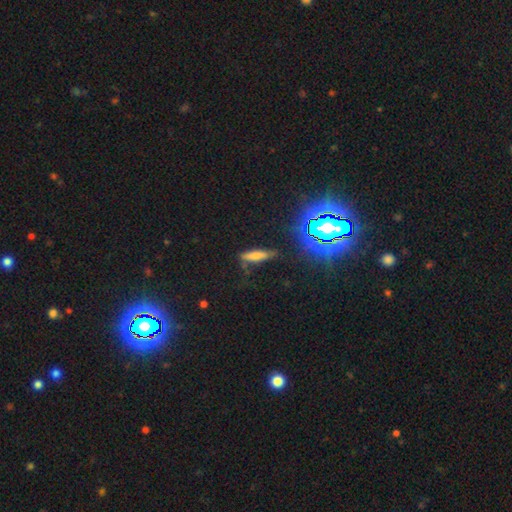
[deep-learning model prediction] Smooth or featured?
  - smooth: 60% *
  - featured or disk: 21%
  - star or artifact: 19%
How rounded?
  - cigar-shaped: 69% *
  - in between: 27%
  - round: 3%
Merging?
  - none: 68% *
  - minor disturbance: 21%
  - major disturbance: 8%
  - merger: 3%